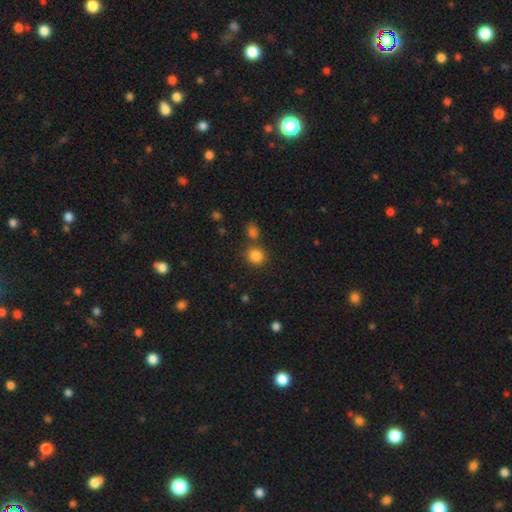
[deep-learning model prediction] Overall: smooth (84%). How rounded: round (85%). Merging: none (72%).